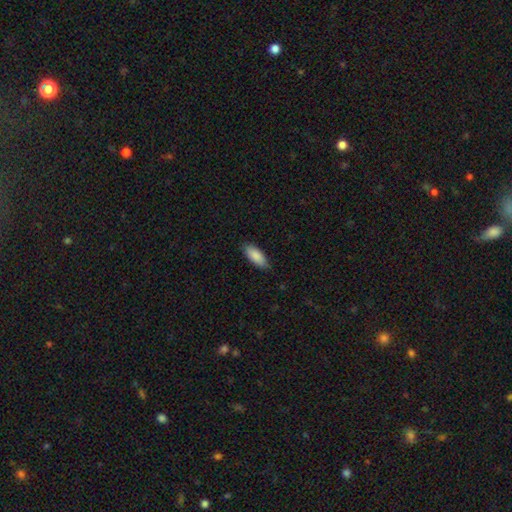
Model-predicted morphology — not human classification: The model was most divided on "how rounded": in between: 82%, cigar-shaped: 17%, round: 2%. More confident: smooth or featured — smooth (88%); merging — none (86%).